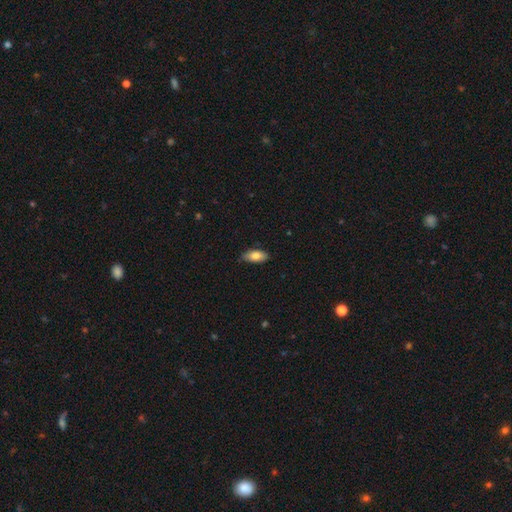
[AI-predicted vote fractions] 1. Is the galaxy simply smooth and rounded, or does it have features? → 80% smooth, 13% featured or disk, 7% star or artifact.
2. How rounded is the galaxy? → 89% in between, 9% cigar-shaped, 3% round.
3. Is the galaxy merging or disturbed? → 80% none, 16% minor disturbance, 2% major disturbance, 1% merger.